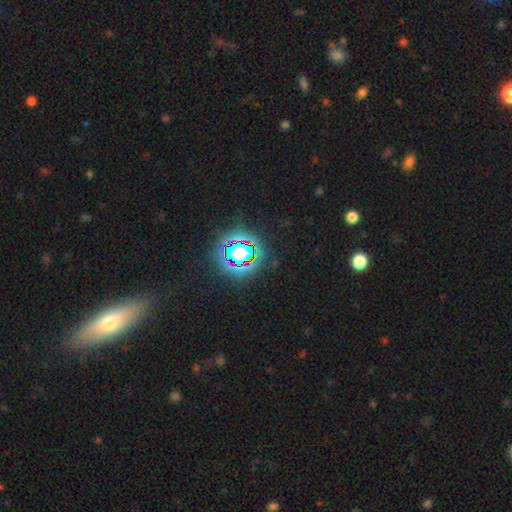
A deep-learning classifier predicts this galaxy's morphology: Q: Smooth or featured?
A: star or artifact (73%); runner-up: smooth (16%)